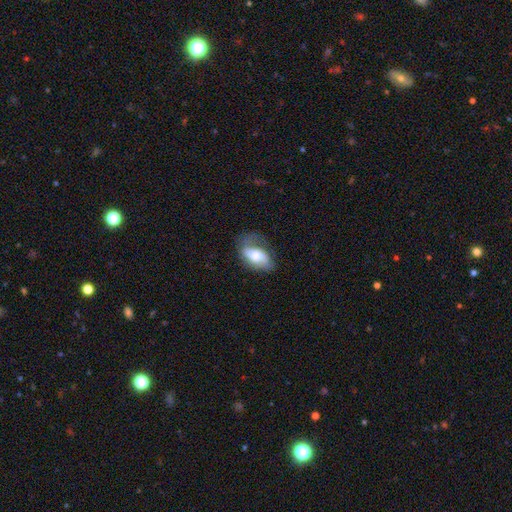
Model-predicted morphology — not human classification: Q: Smooth or featured?
A: featured or disk (48%); runner-up: smooth (45%)
Q: Merging?
A: none (48%); runner-up: minor disturbance (29%)